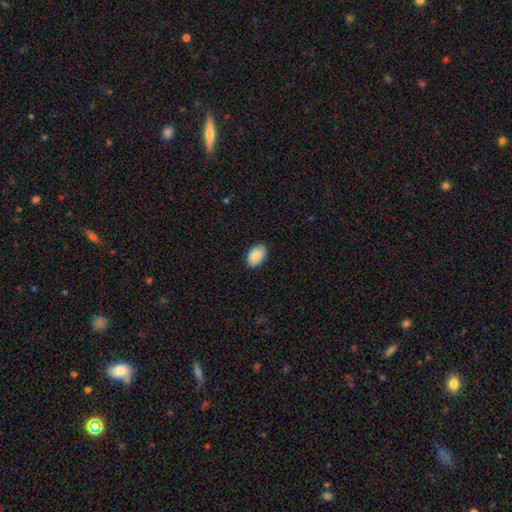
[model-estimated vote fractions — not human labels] Q: Smooth or featured?
A: smooth (87%); runner-up: star or artifact (6%)
Q: How rounded?
A: in between (90%); runner-up: round (8%)
Q: Merging?
A: none (87%); runner-up: minor disturbance (10%)